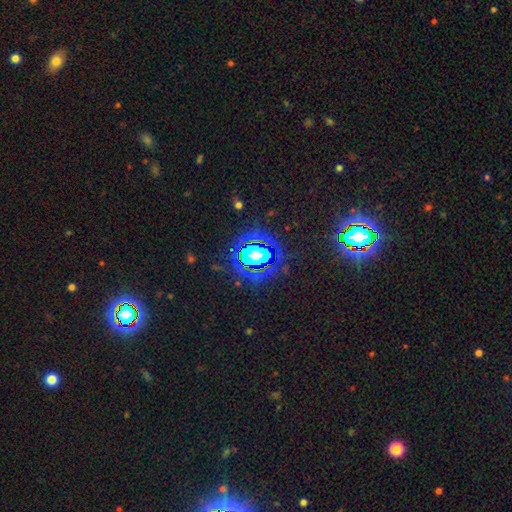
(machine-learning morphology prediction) smooth_or_featured: star or artifact (p=0.67) [alt: smooth p=0.21]